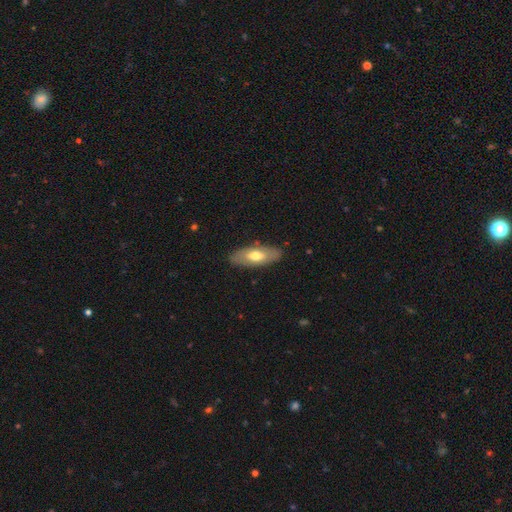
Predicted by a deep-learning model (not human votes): Q: Smooth or featured?
A: smooth (57%); runner-up: featured or disk (37%)
Q: How rounded?
A: in between (79%); runner-up: cigar-shaped (19%)
Q: Merging?
A: none (85%); runner-up: minor disturbance (11%)